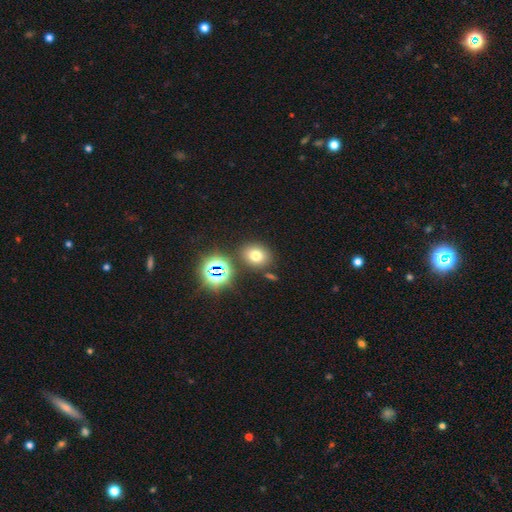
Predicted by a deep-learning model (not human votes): This appears to be a smooth galaxy with no disk features (70%) that is round (62%). Merging: none (80%).